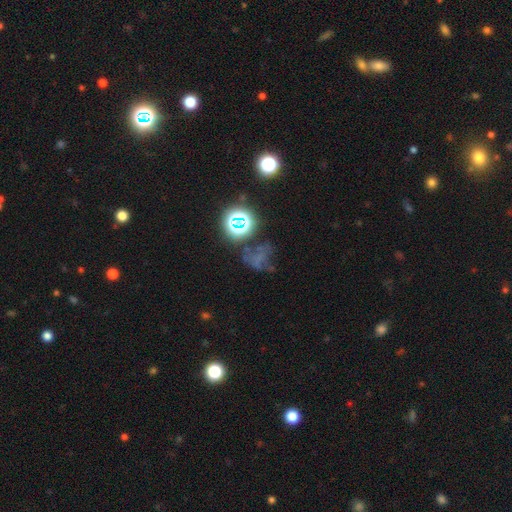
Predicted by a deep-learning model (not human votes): Smooth or featured? Predicted: star or artifact (p=0.58).